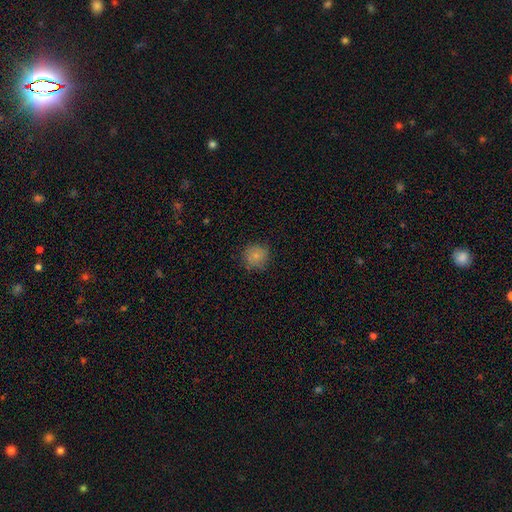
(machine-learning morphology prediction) A smooth galaxy with no disk features (81%) that is round (91%). Merging: none (81%).